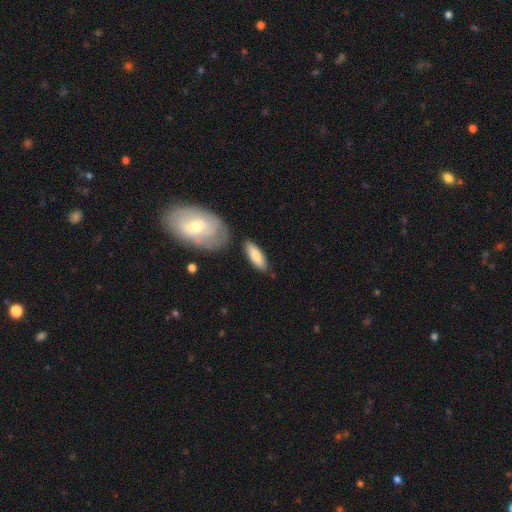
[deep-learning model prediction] The model was most divided on "how rounded": in between: 64%, cigar-shaped: 34%, round: 2%. More confident: smooth or featured — smooth (84%); merging — none (81%).